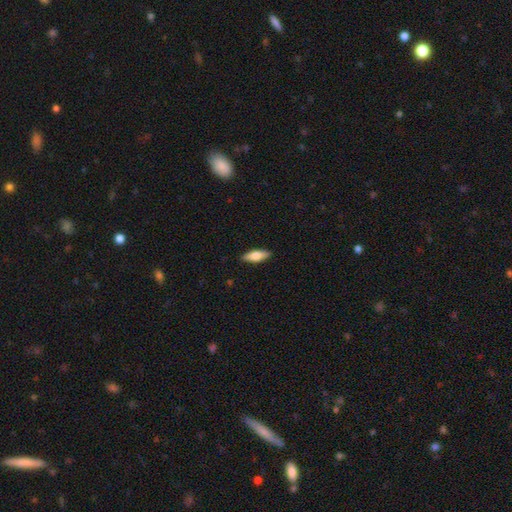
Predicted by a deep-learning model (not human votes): Morphology: type=smooth (71%); roundness=in between (61%); merging=none (89%).